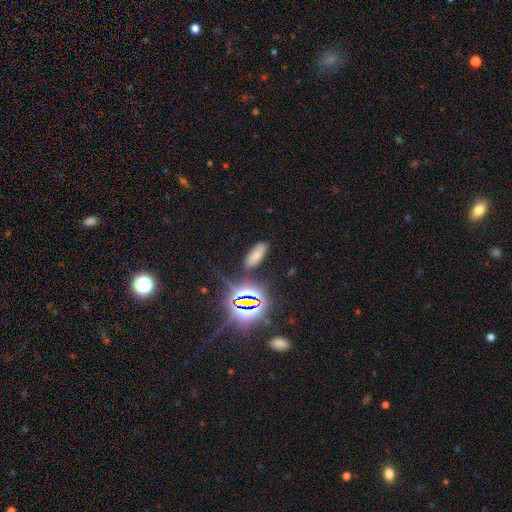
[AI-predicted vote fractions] Morphology: type=smooth (60%); roundness=in between (72%); merging=none (80%).